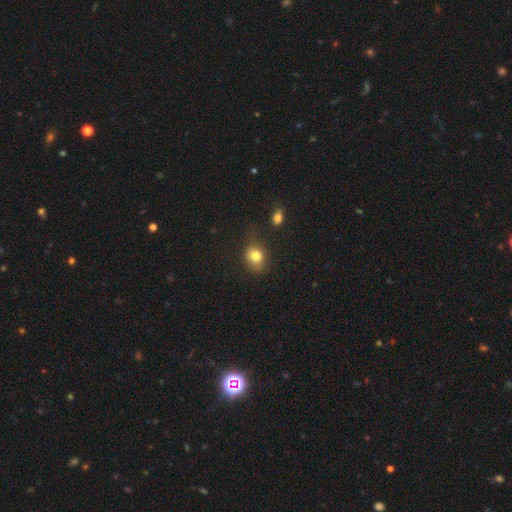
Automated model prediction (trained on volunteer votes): Smooth or featured? Predicted: smooth (p=0.79). How rounded? Predicted: in between (p=0.50). Merging? Predicted: none (p=0.63).